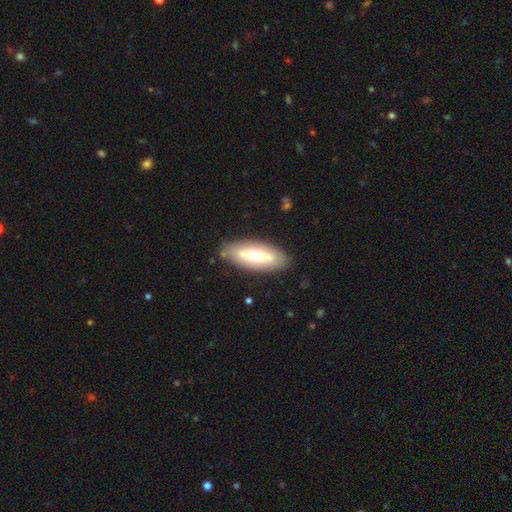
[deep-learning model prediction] This is possibly a smooth galaxy (52%). How rounded: likely in between (74%). Merging: clearly none (82%).